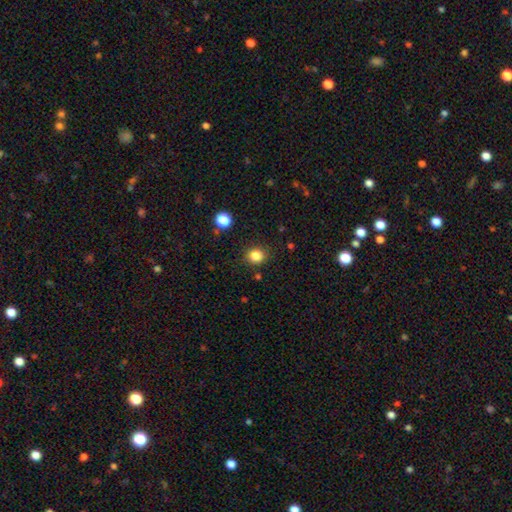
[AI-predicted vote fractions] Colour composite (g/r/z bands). It shows a smooth galaxy with no disk features (84%) that is round (83%). Merging: none (87%).